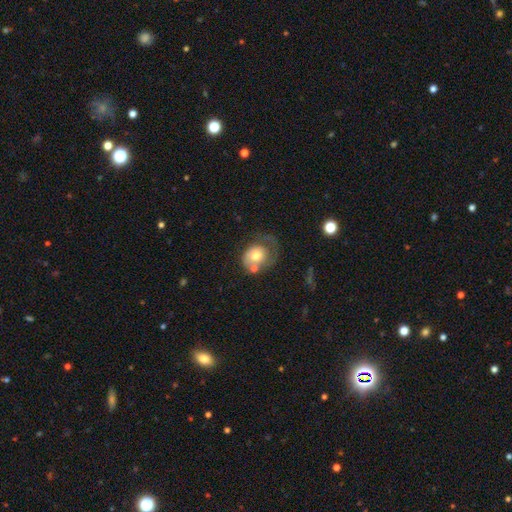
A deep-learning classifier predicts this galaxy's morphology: This appears to be a smooth galaxy with no disk features (57%) that is round (54%). Merging: major disturbance (33%).